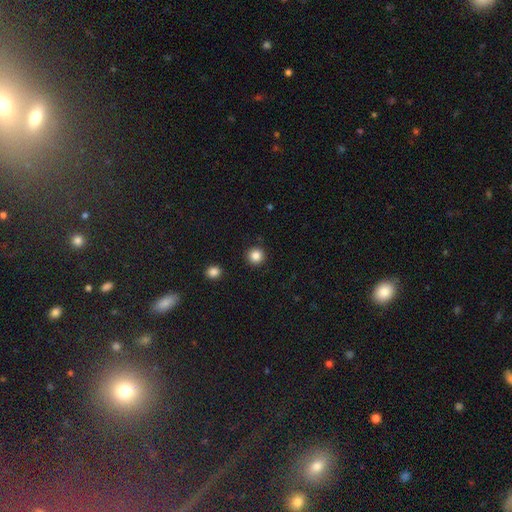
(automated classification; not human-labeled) The model was most divided on "smooth or featured": smooth: 86%, star or artifact: 10%, featured or disk: 4%. More confident: how rounded — round (95%); merging — none (92%).